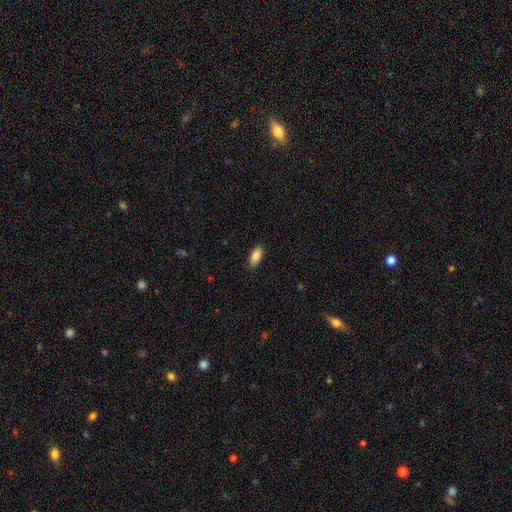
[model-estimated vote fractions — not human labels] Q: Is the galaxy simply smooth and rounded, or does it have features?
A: smooth — 87%.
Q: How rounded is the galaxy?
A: in between — 88%.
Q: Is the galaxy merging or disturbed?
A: none — 88%.